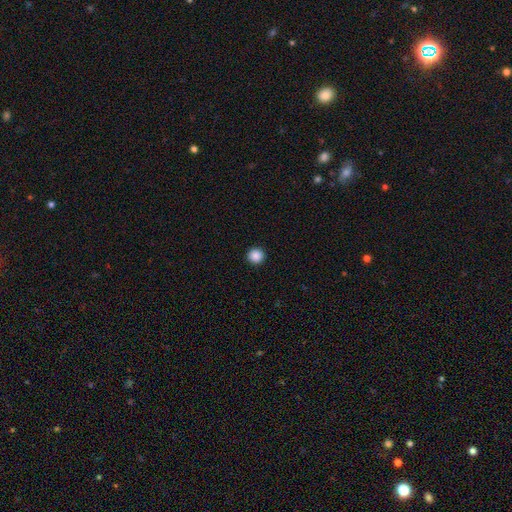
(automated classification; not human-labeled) Smooth or featured?
  - smooth: 88% *
  - star or artifact: 10%
  - featured or disk: 3%
How rounded?
  - round: 95% *
  - in between: 4%
  - cigar-shaped: 1%
Merging?
  - none: 93% *
  - minor disturbance: 4%
  - major disturbance: 1%
  - merger: 1%